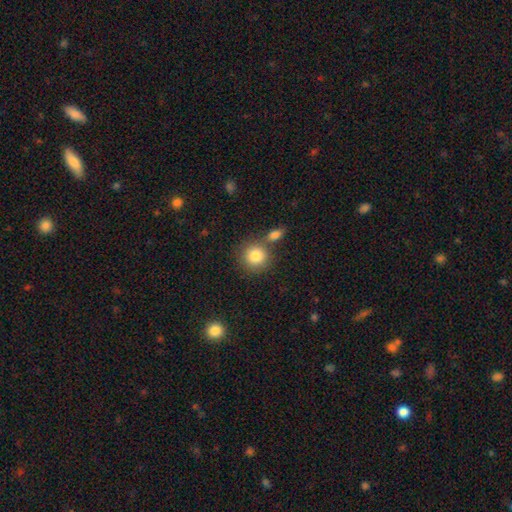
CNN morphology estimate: Overall: smooth (83%). How rounded: round (89%). Merging: none (67%).